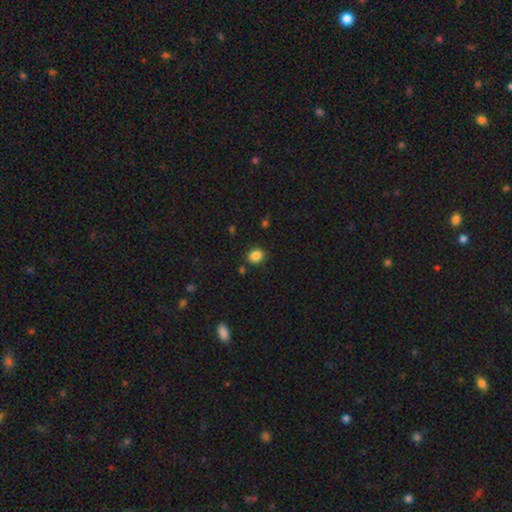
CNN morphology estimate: smooth 85%, star or artifact 10%, featured or disk 5%. Down the decision tree: how rounded — round (58%); merging — none (84%).